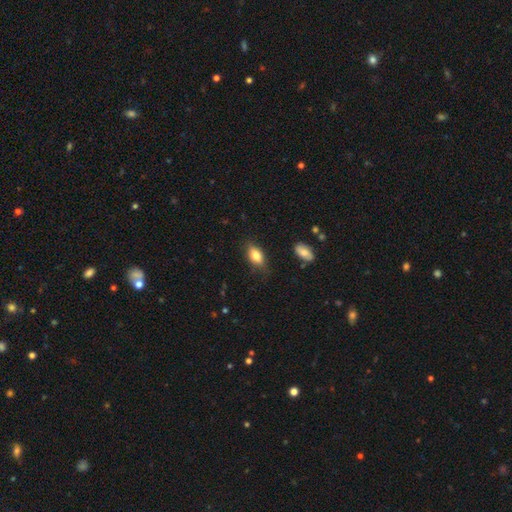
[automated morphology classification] The model was most divided on "merging": none: 75%, minor disturbance: 19%, major disturbance: 4%, merger: 2%. More confident: how rounded — in between (86%); smooth or featured — smooth (80%).